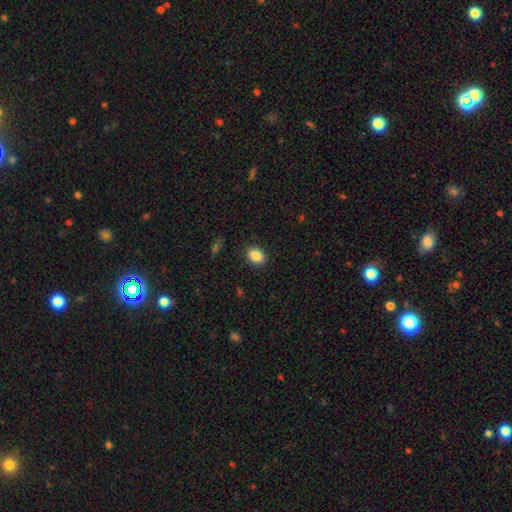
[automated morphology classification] Smooth or featured? Predicted: smooth (p=0.86). How rounded? Predicted: in between (p=0.65). Merging? Predicted: none (p=0.89).